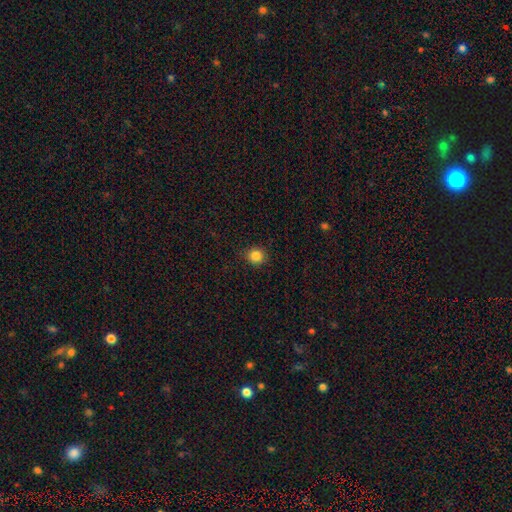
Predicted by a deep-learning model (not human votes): Smooth or featured? Predicted: smooth (p=0.85). How rounded? Predicted: round (p=0.89). Merging? Predicted: none (p=0.90).